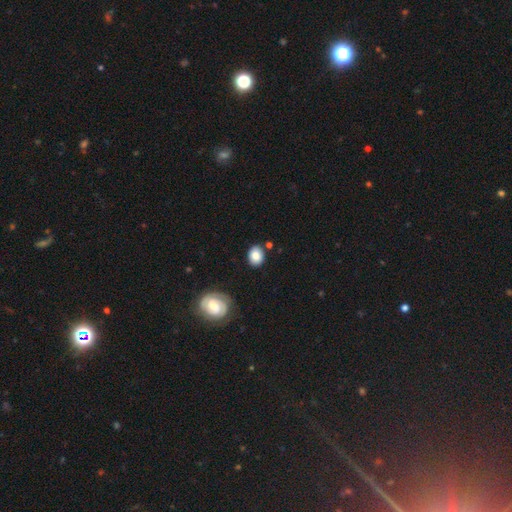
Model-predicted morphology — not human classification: This appears to be a smooth galaxy with no disk features (81%) that is in between round and cigar-shaped (52%). Merging: none (81%).